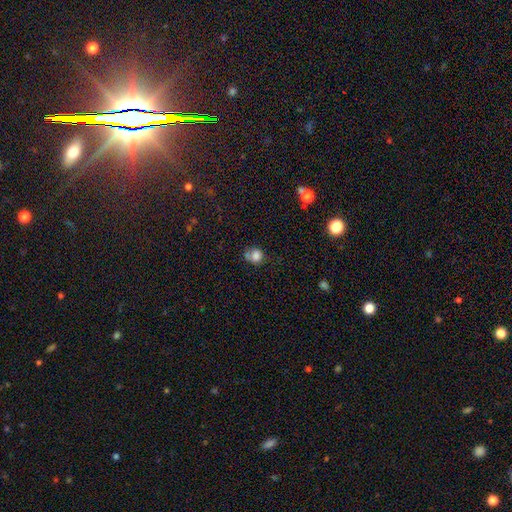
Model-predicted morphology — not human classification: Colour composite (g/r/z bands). It shows a smooth galaxy with no disk features (78%) that is round (72%). Merging: none (45%).